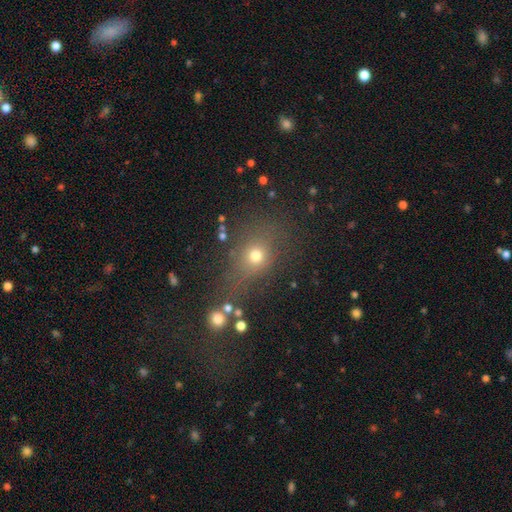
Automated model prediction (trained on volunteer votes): Overall: smooth (65%). How rounded: round (60%; in between 36%). Merging: none (64%).